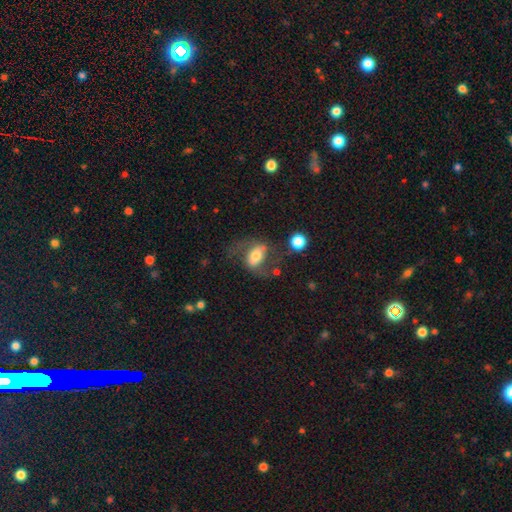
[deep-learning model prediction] Smooth or featured: featured or disk — 48% (smooth — 44%)
Merging: none — 47% (major disturbance — 25%)